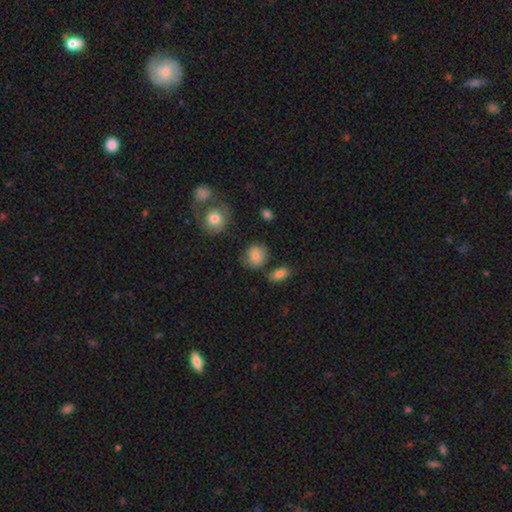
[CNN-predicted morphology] smooth-or-featured: smooth: 80% | featured or disk: 11% | star or artifact: 9%
  how-rounded: round: 67% | in between: 31% | cigar-shaped: 1%
  merging: none: 70% | minor disturbance: 19% | merger: 6% | major disturbance: 5%